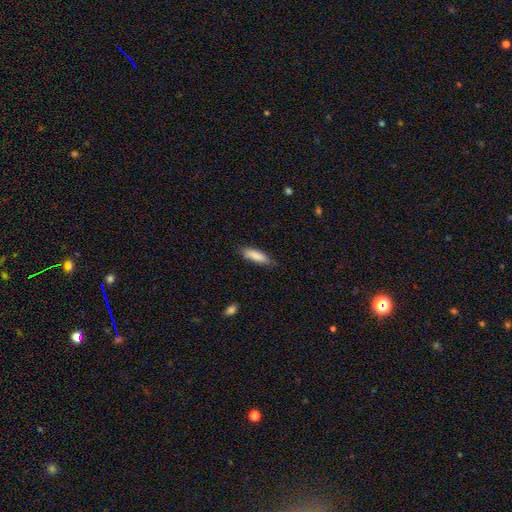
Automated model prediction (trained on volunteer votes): Smooth or featured? Predicted: smooth (p=0.85). How rounded? Predicted: cigar-shaped (p=0.55). Merging? Predicted: none (p=0.78).